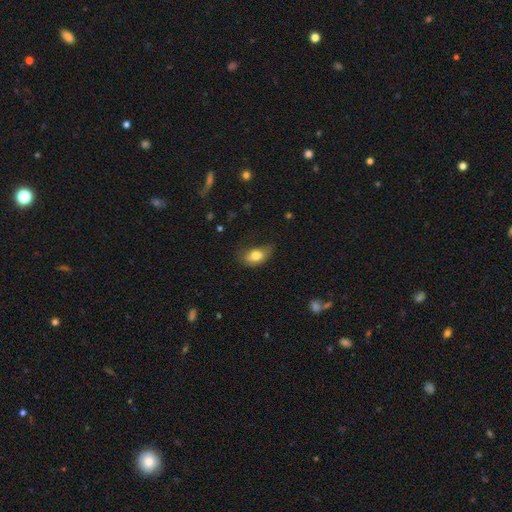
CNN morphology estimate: Smooth or featured: smooth — 78% (featured or disk — 14%)
How rounded: in between — 86% (round — 11%)
Merging: none — 55% (minor disturbance — 34%)